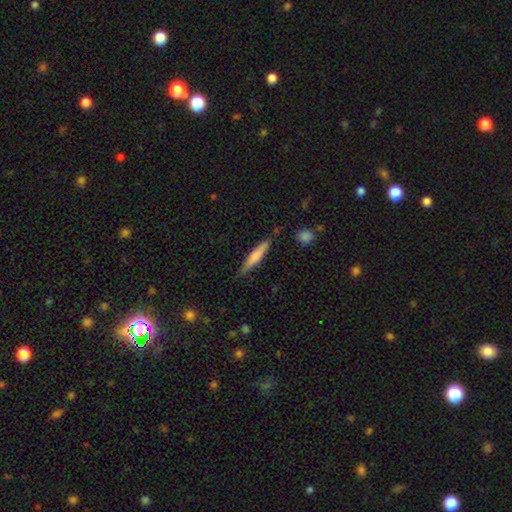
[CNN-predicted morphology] smooth_or_featured: smooth (p=0.71) [alt: featured or disk p=0.23]
how_rounded: cigar-shaped (p=0.88) [alt: in between p=0.11]
merging: none (p=0.78) [alt: minor disturbance p=0.17]